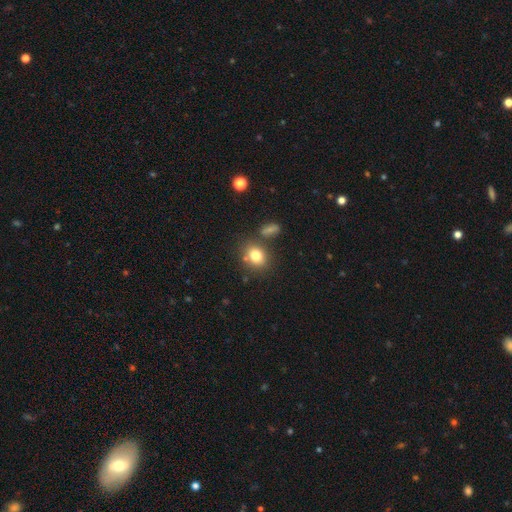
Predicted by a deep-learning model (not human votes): Smooth or featured? Predicted: smooth (p=0.79). How rounded? Predicted: round (p=0.57). Merging? Predicted: none (p=0.72).